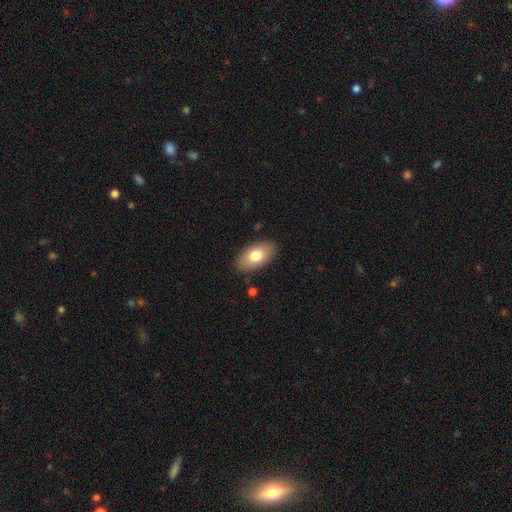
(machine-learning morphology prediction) type=smooth (76%); roundness=in between (94%); merging=none (86%).